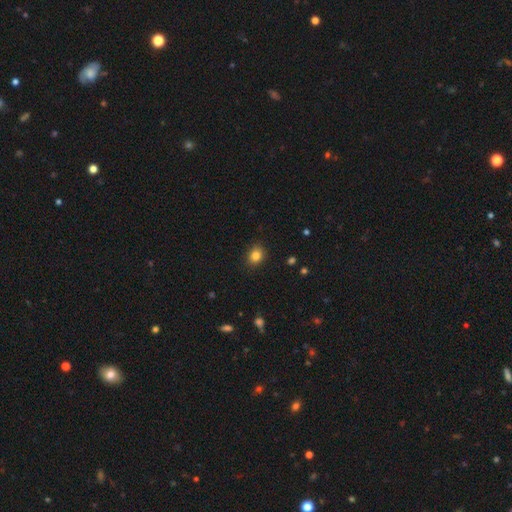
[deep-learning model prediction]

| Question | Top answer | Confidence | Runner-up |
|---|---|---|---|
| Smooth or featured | smooth | 83% | star or artifact (11%) |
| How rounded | round | 57% | in between (42%) |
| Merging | none | 88% | minor disturbance (9%) |